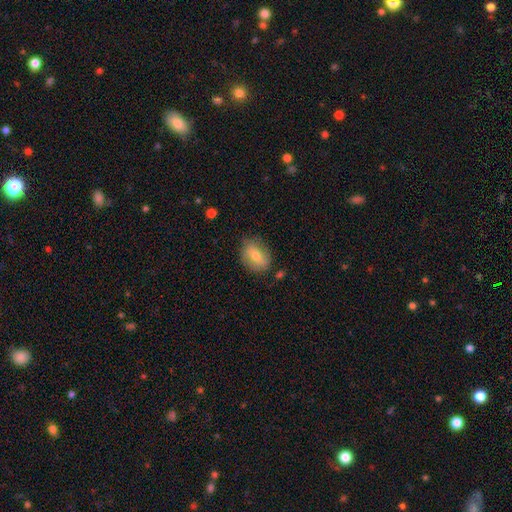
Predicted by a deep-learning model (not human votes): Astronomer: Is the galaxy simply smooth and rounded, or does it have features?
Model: smooth — 64%.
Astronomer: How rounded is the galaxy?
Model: in between — 58% (runner-up: round, 40%).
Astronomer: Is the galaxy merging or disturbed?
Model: none — 75%.